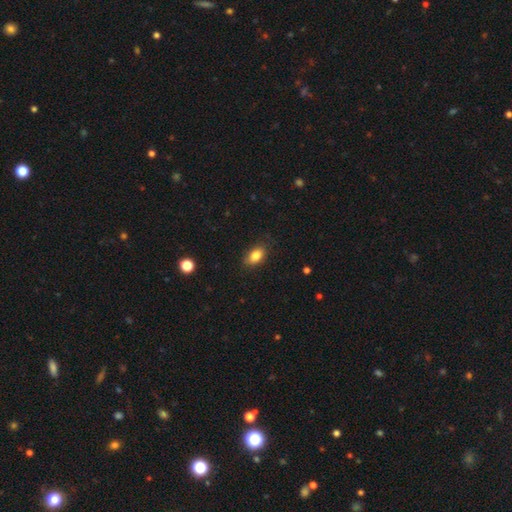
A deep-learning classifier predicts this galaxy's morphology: Smooth or featured? Predicted: smooth (p=0.84). How rounded? Predicted: in between (p=0.85). Merging? Predicted: none (p=0.82).